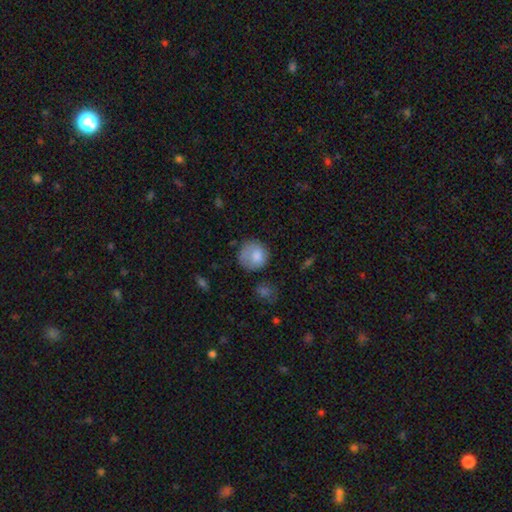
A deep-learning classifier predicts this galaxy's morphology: This appears to be a smooth galaxy with no disk features (78%) that is round (86%). Merging: none (60%).